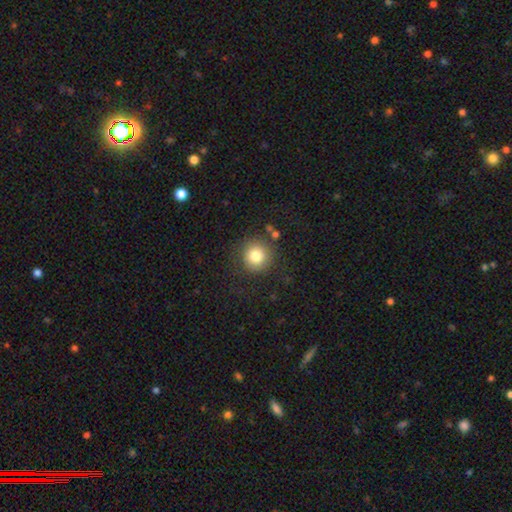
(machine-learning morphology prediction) Smooth or featured: smooth — 80% (star or artifact — 11%)
How rounded: round — 93% (in between — 6%)
Merging: none — 84% (minor disturbance — 9%)